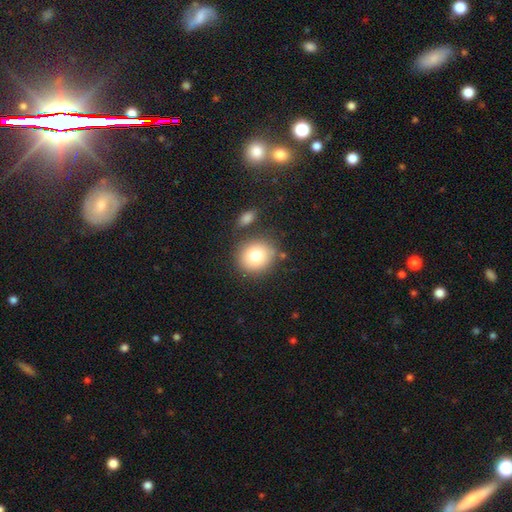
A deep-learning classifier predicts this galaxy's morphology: Smooth or featured? smooth (78%)
How rounded? round (81%)
Merging? none (77%)